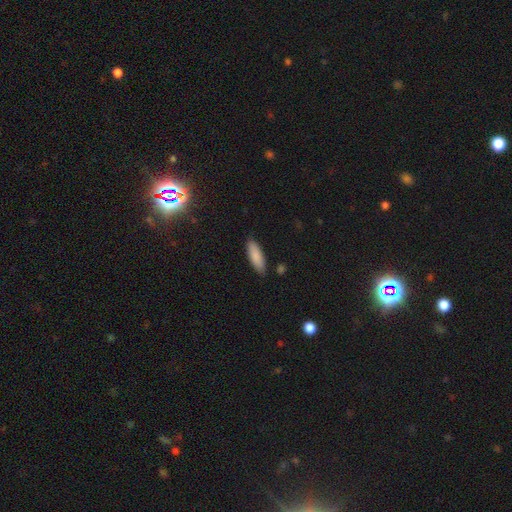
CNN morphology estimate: Overall: smooth (87%). How rounded: in between (55%; cigar-shaped 44%). Merging: none (85%).